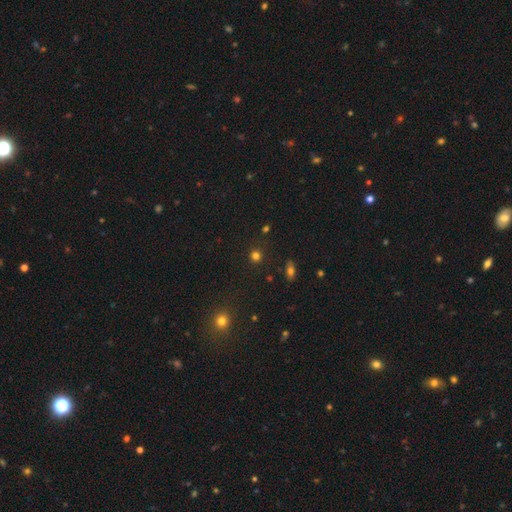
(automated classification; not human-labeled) A smooth galaxy with no disk features (76%) that is round (91%).

Vote fractions:
- Smooth or featured? smooth: 76% / star or artifact: 19% / featured or disk: 5%
- How rounded? round: 91% / in between: 7% / cigar-shaped: 1%
- Merging? none: 87% / minor disturbance: 7% / merger: 3% / major disturbance: 3%